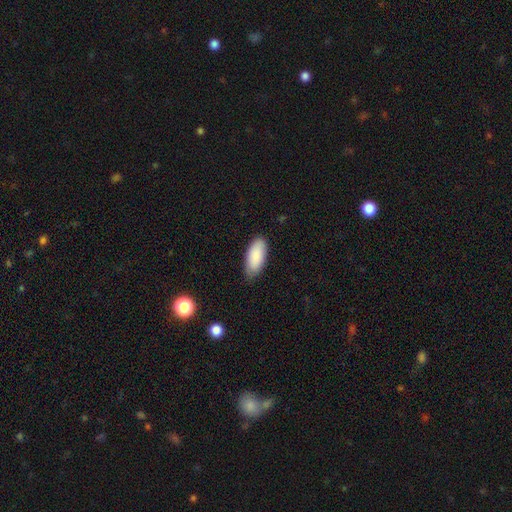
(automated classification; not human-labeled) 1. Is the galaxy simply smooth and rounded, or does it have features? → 88% smooth, 6% featured or disk, 6% star or artifact.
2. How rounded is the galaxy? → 89% in between, 9% cigar-shaped, 2% round.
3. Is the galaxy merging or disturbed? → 79% none, 17% minor disturbance, 3% major disturbance, 1% merger.